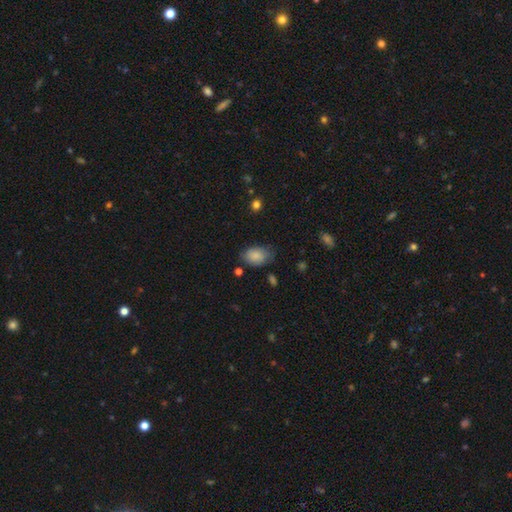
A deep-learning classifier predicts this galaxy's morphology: Smooth or featured: smooth — 85% (featured or disk — 8%)
How rounded: in between — 85% (round — 13%)
Merging: none — 65% (minor disturbance — 27%)